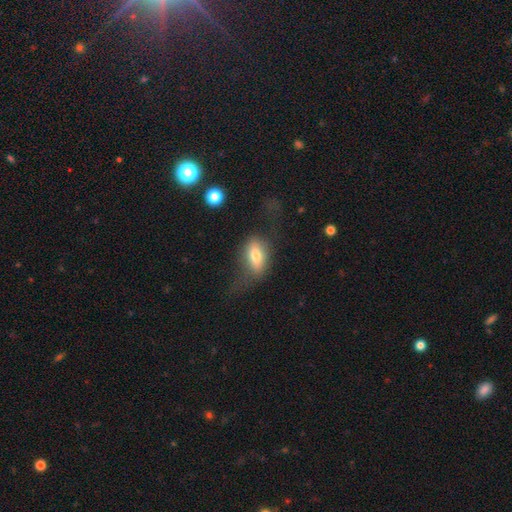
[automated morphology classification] Smooth or featured? smooth (64%)
How rounded? in between (83%)
Merging? none (43%)